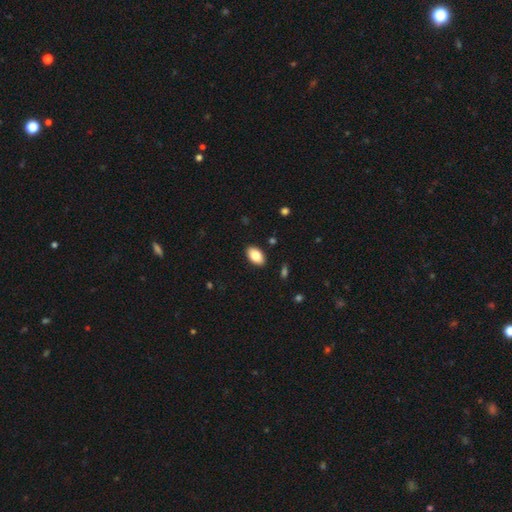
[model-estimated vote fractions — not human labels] Morphology: type=smooth (83%); roundness=in between (93%); merging=none (89%).